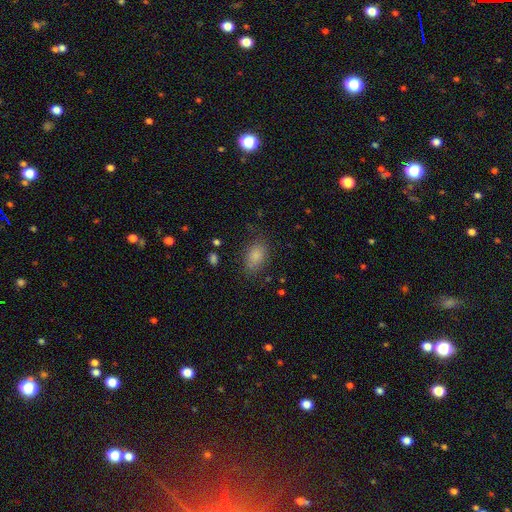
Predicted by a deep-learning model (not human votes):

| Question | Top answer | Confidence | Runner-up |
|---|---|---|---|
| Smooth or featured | smooth | 84% | star or artifact (9%) |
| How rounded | in between | 84% | round (15%) |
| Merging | none | 74% | minor disturbance (18%) |